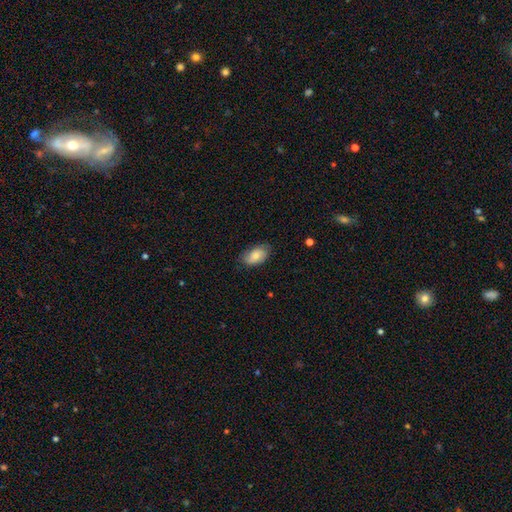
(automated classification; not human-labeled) The model was most divided on "smooth or featured": smooth: 75%, featured or disk: 19%, star or artifact: 7%. More confident: how rounded — in between (93%); merging — none (76%).